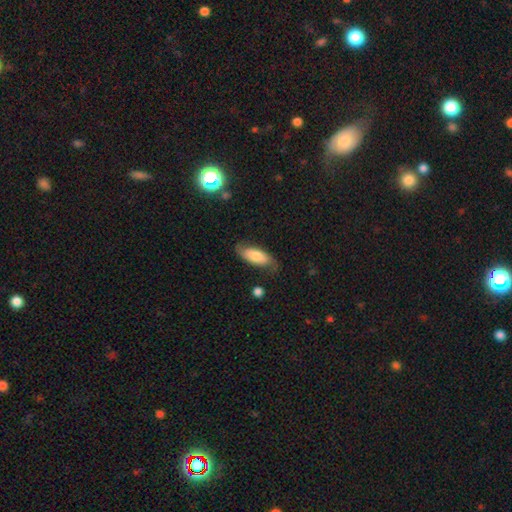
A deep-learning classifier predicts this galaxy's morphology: A smooth galaxy with no disk features (68%) that is in between round and cigar-shaped (79%).

Vote fractions:
- Smooth or featured? smooth: 68% / featured or disk: 25% / star or artifact: 6%
- How rounded? in between: 79% / cigar-shaped: 18% / round: 2%
- Merging? none: 69% / minor disturbance: 23% / major disturbance: 6% / merger: 2%